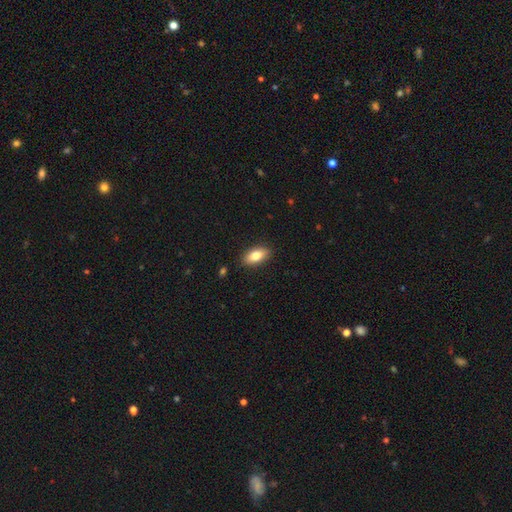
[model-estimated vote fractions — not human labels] smooth-or-featured: smooth: 78% | featured or disk: 15% | star or artifact: 7%
  how-rounded: in between: 86% | cigar-shaped: 9% | round: 5%
  merging: none: 89% | minor disturbance: 8% | major disturbance: 2% | merger: 1%